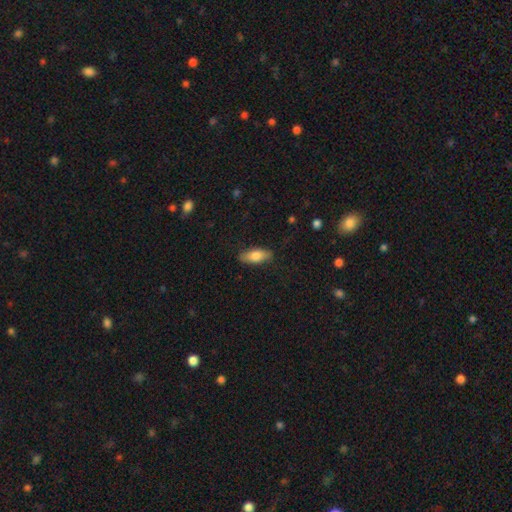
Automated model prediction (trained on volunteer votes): smooth 77%, featured or disk 17%, star or artifact 6%. Down the decision tree: how rounded — in between (75%); merging — none (84%).